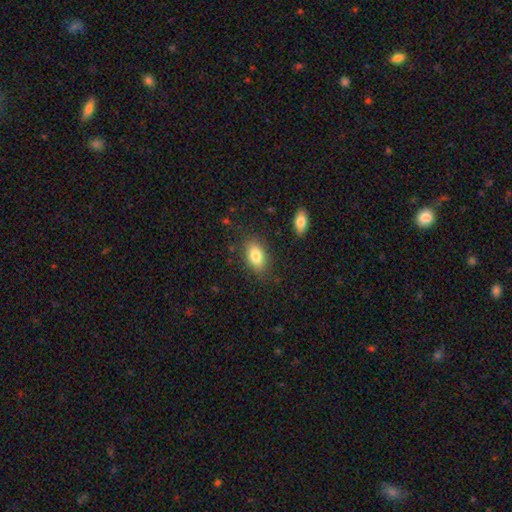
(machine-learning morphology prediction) Overall: smooth (81%). How rounded: in between (88%). Merging: none (82%).